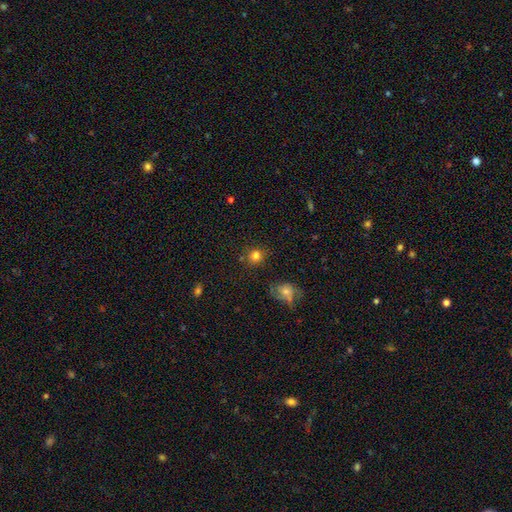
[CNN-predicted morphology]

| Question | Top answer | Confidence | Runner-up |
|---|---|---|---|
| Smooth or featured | smooth | 80% | star or artifact (13%) |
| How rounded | round | 85% | in between (14%) |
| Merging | none | 82% | minor disturbance (10%) |